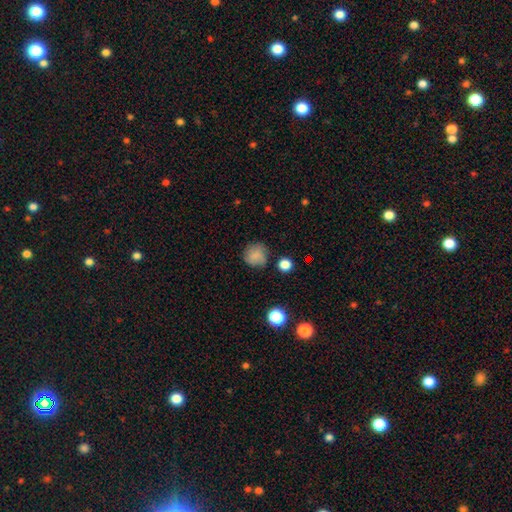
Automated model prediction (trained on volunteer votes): Smooth or featured? smooth (81%)
How rounded? round (89%)
Merging? none (76%)